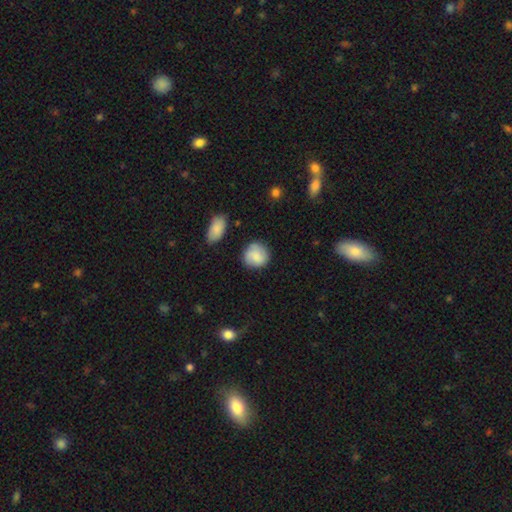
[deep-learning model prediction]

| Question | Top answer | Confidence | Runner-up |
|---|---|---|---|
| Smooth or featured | smooth | 76% | featured or disk (17%) |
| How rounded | round | 86% | in between (13%) |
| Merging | none | 78% | minor disturbance (15%) |